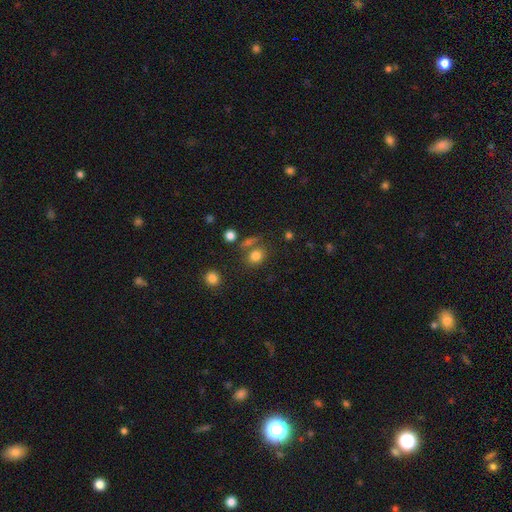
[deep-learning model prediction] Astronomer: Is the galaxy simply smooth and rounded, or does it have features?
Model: smooth — 79%.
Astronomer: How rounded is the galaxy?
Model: round — 57% (runner-up: in between, 42%).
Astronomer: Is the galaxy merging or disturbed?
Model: none — 64%.